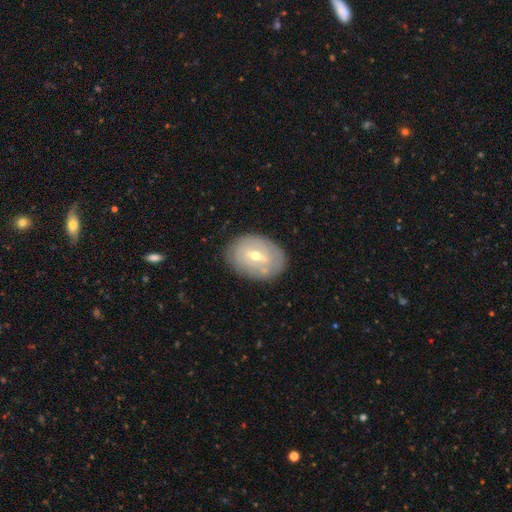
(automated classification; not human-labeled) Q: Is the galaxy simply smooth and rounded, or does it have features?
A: featured or disk — 64%.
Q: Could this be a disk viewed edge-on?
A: no — 93%.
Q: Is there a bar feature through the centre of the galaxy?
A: weak — 53%.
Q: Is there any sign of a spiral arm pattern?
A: yes — 52%.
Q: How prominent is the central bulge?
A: moderate — 51%.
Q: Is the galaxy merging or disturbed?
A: none — 81%.